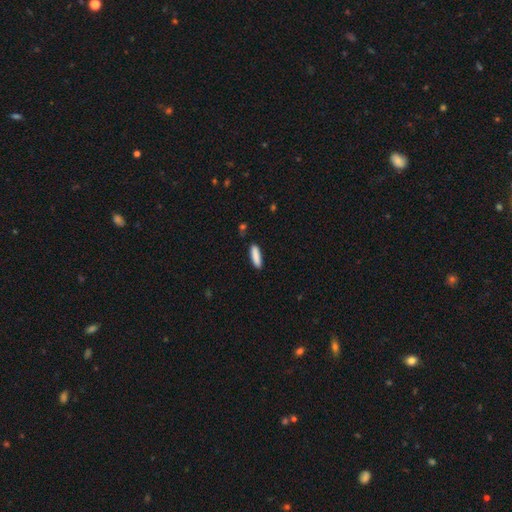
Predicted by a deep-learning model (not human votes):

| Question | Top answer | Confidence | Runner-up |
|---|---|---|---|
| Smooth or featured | smooth | 88% | star or artifact (6%) |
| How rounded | cigar-shaped | 67% | in between (31%) |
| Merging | none | 87% | minor disturbance (10%) |